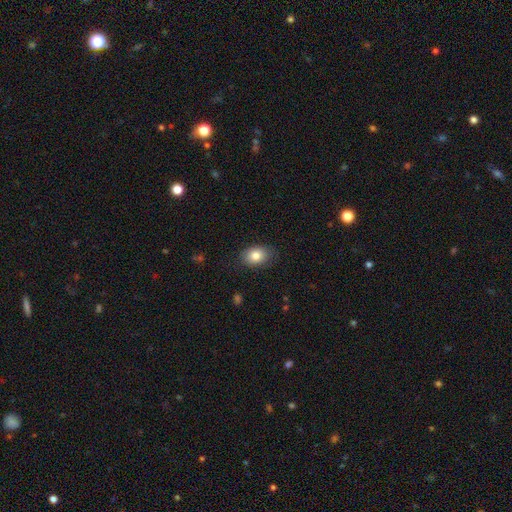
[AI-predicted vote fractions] Q: Smooth or featured?
A: smooth (83%); runner-up: featured or disk (9%)
Q: How rounded?
A: in between (76%); runner-up: round (23%)
Q: Merging?
A: none (83%); runner-up: minor disturbance (13%)